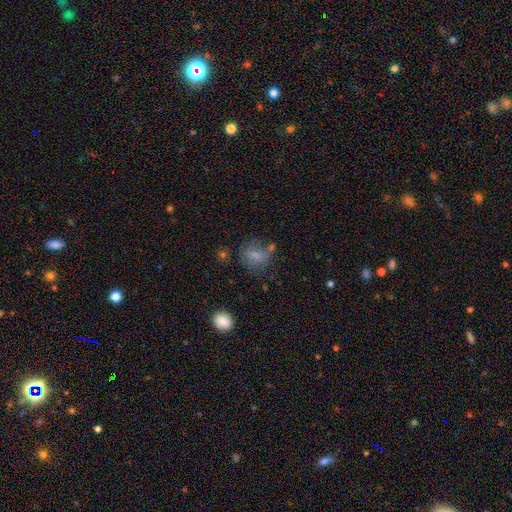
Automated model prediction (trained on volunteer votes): This appears to be a smooth galaxy with no disk features (69%) that is in between round and cigar-shaped (54%). Merging: none (50%).